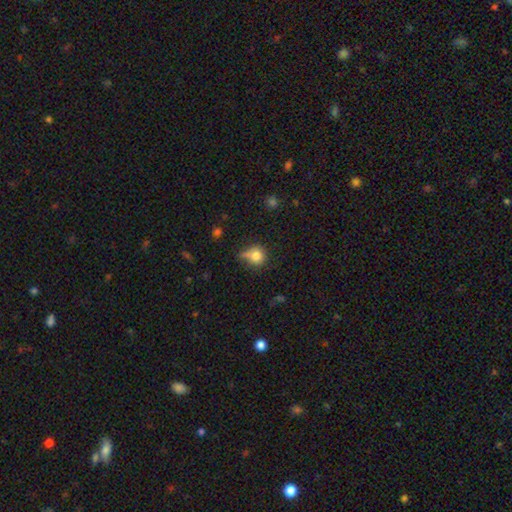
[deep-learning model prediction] Smooth or featured? smooth (79%)
How rounded? round (83%)
Merging? none (51%)